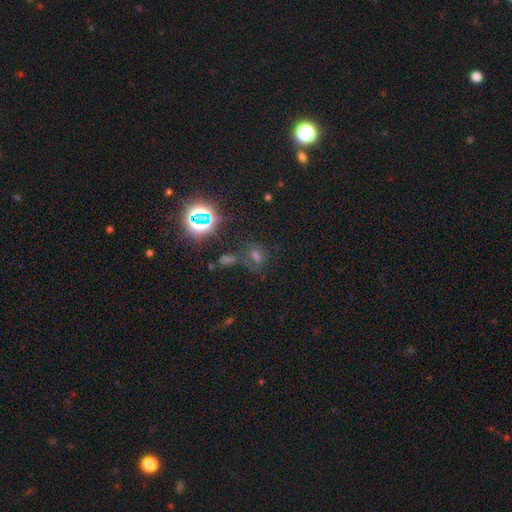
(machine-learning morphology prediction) Overall: star or artifact (54%; smooth 31%).